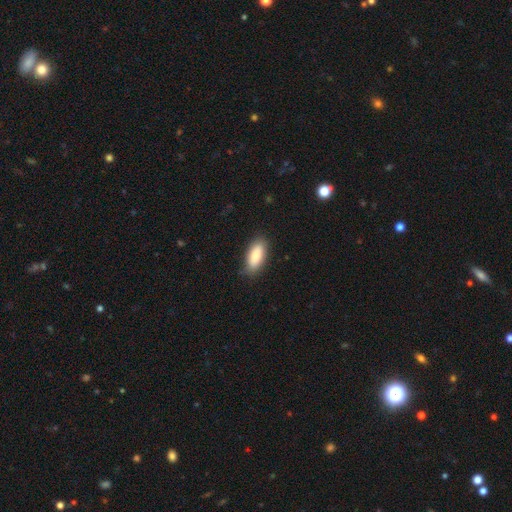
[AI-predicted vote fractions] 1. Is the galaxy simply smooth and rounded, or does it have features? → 86% smooth, 8% featured or disk, 6% star or artifact.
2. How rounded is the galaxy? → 83% in between, 15% cigar-shaped, 2% round.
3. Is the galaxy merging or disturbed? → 84% none, 13% minor disturbance, 3% major disturbance, 1% merger.